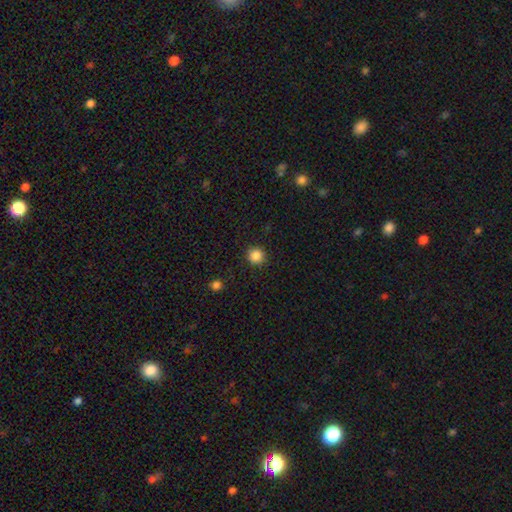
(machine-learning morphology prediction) A smooth galaxy with no disk features (86%) that is round (94%).

Vote fractions:
- Smooth or featured? smooth: 86% / star or artifact: 11% / featured or disk: 3%
- How rounded? round: 94% / in between: 5% / cigar-shaped: 1%
- Merging? none: 90% / minor disturbance: 6% / major disturbance: 2% / merger: 1%